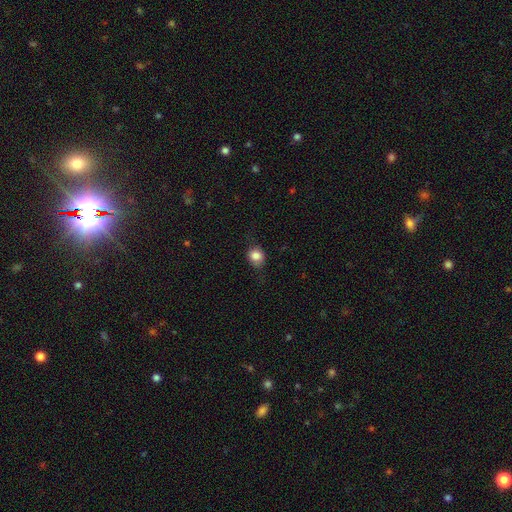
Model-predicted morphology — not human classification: Smooth or featured: smooth — 82% (star or artifact — 10%)
How rounded: round — 62% (in between — 37%)
Merging: none — 71% (minor disturbance — 22%)